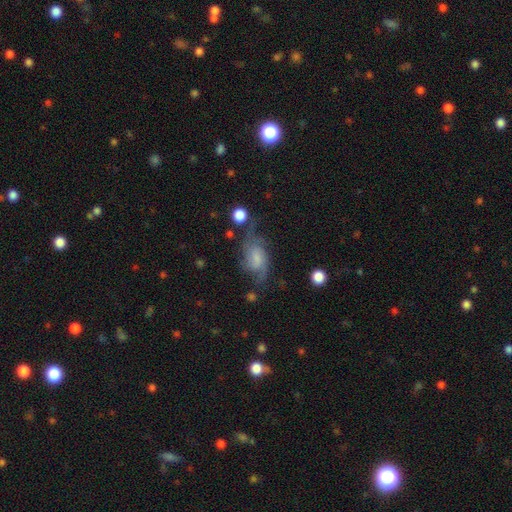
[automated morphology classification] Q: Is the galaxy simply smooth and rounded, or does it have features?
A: featured or disk — 62%.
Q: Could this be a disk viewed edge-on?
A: no — 95%.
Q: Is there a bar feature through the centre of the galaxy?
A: no — 58%.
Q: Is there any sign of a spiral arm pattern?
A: yes — 89%.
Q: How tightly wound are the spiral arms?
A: medium — 44%.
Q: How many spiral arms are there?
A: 2 — 51%.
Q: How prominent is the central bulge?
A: small — 33%.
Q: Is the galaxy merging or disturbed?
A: none — 54%.